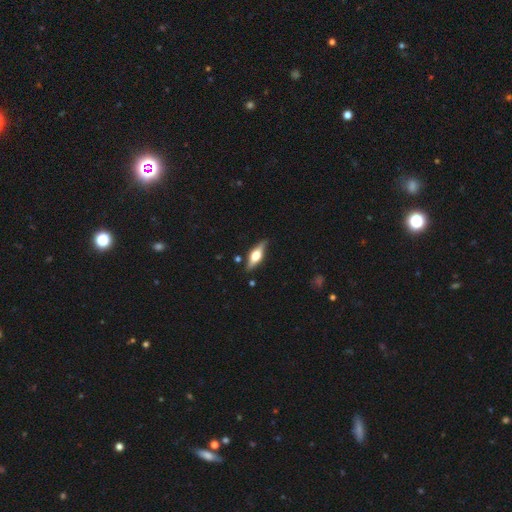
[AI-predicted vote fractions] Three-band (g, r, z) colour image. It shows a featured or disk galaxy (59%) viewed edge-on (93%) with a rounded central bulge (93%). Merging: none (85%).